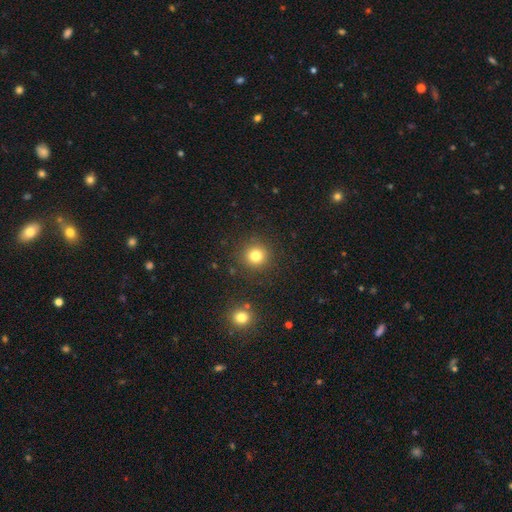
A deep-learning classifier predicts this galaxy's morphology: Smooth or featured: smooth — 79% (star or artifact — 14%)
How rounded: round — 94% (in between — 5%)
Merging: none — 88% (minor disturbance — 6%)